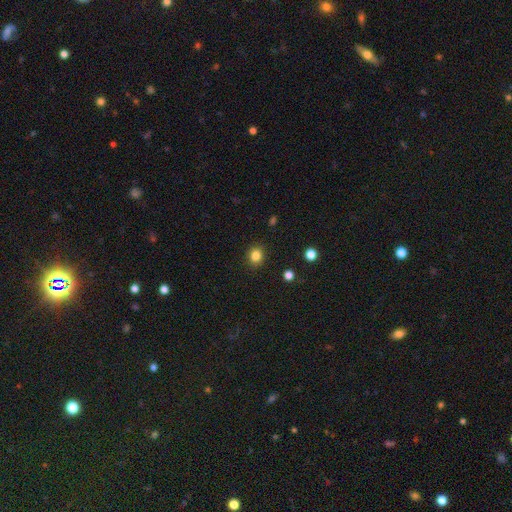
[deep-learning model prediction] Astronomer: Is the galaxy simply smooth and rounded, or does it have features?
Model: smooth — 84%.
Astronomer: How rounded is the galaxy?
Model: round — 71%.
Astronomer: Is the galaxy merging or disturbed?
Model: none — 90%.